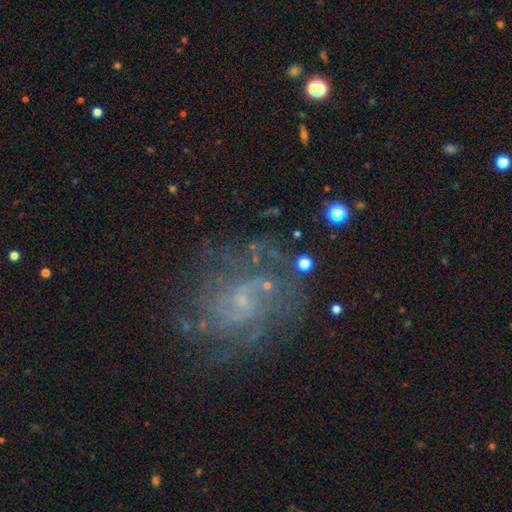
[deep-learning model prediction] Morphology: type=featured or disk (76%); edge-on=no (98%); bar=no (57%); spiral arms=yes (87%); winding=medium (42%); arm count=can't tell (41%); bulge=small (66%); merging=none (69%).